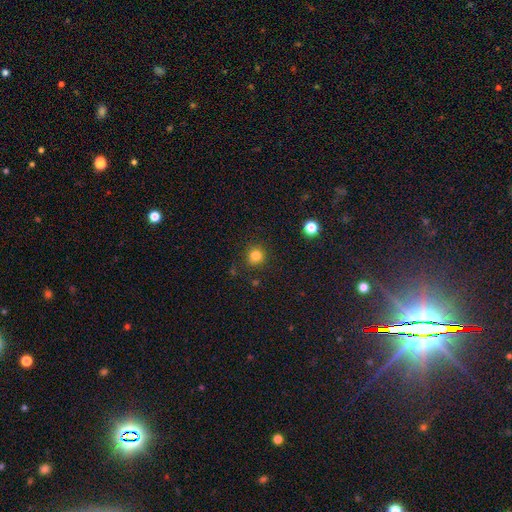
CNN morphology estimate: This is clearly a smooth galaxy (82%). How rounded: clearly round (90%). Merging: clearly none (86%).